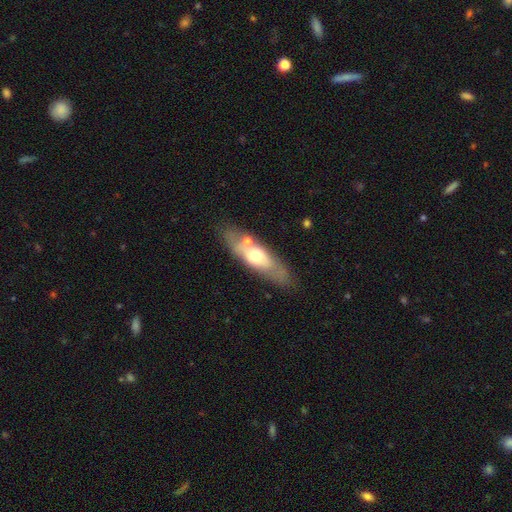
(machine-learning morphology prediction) Overall: smooth (50%; featured or disk 44%). Merging: none (69%).